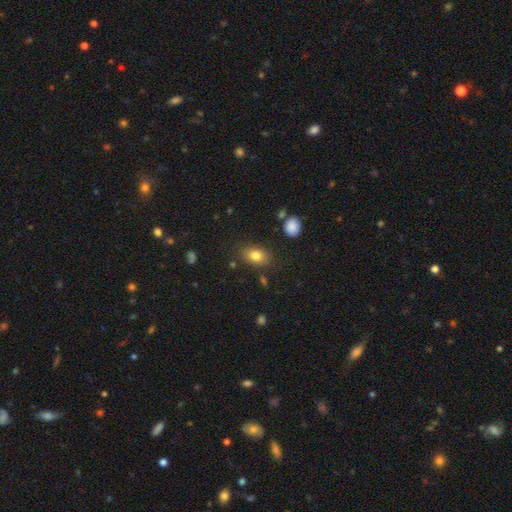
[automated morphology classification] Smooth or featured? smooth (80%)
How rounded? in between (79%)
Merging? none (81%)